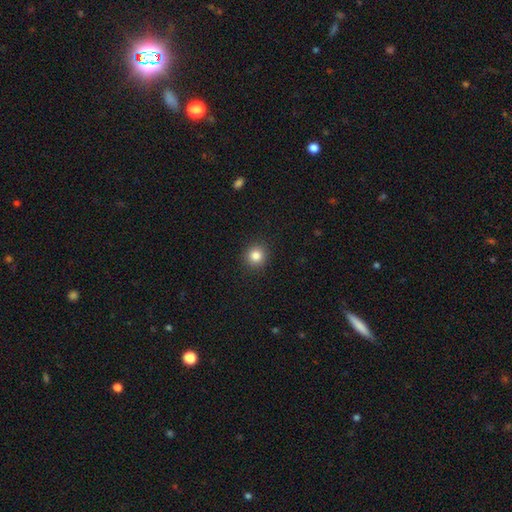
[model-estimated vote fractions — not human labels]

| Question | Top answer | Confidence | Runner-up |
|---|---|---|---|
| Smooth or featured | smooth | 84% | star or artifact (11%) |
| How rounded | round | 91% | in between (8%) |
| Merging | none | 92% | minor disturbance (5%) |